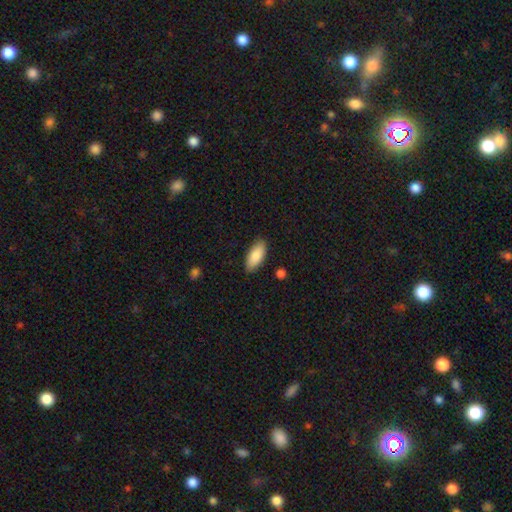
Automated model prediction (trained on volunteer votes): This appears to be a smooth galaxy with no disk features (87%) that is in between round and cigar-shaped (86%). Merging: none (87%).